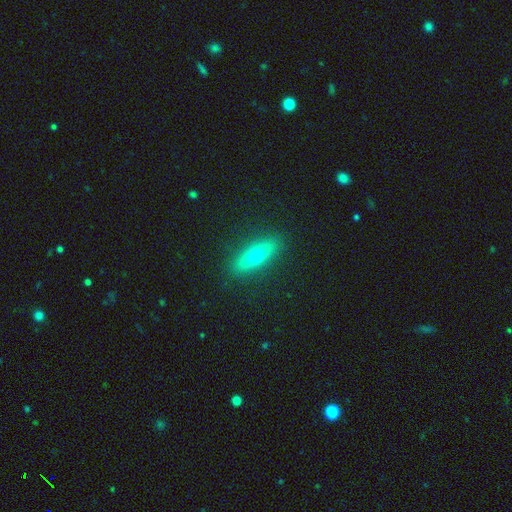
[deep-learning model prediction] This is possibly a smooth galaxy (56%). How rounded: possibly cigar-shaped (60%). Merging: clearly none (90%).